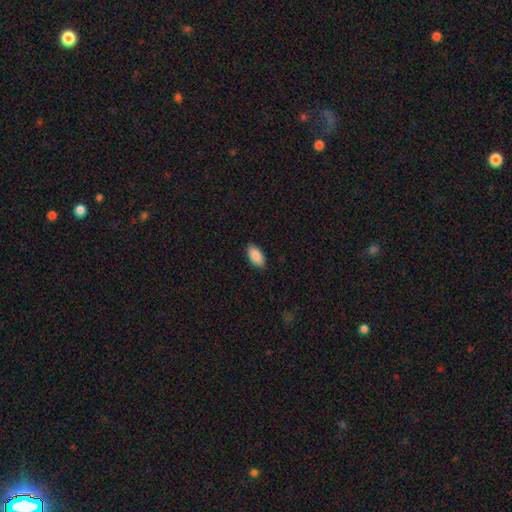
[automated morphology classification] Smooth or featured?
  - smooth: 90% *
  - star or artifact: 6%
  - featured or disk: 4%
How rounded?
  - in between: 94% *
  - cigar-shaped: 4%
  - round: 2%
Merging?
  - none: 89% *
  - minor disturbance: 9%
  - major disturbance: 2%
  - merger: 1%